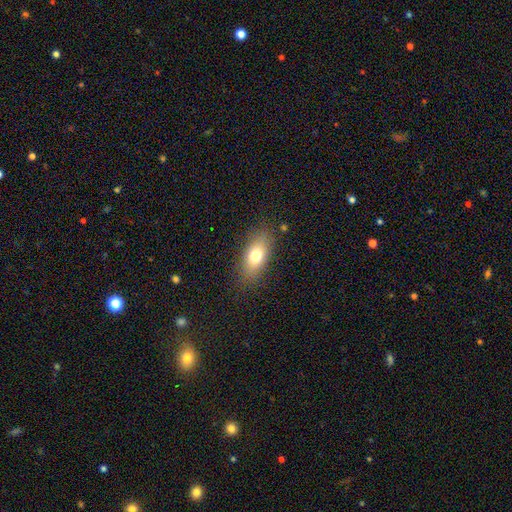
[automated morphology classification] This appears to be a smooth galaxy with no disk features (75%) that is in between round and cigar-shaped (83%). Merging: none (83%).